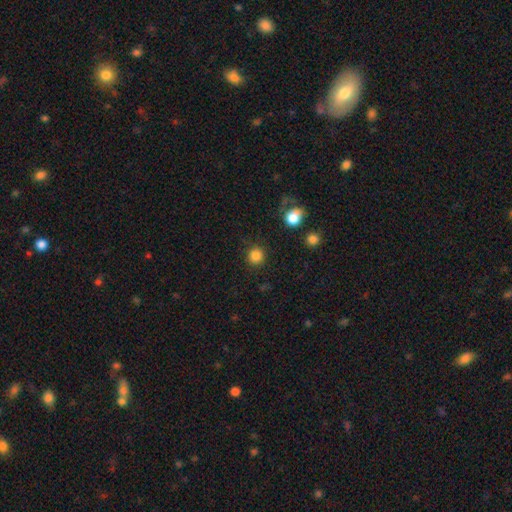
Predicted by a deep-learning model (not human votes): Q: Smooth or featured?
A: smooth (85%); runner-up: star or artifact (11%)
Q: How rounded?
A: round (93%); runner-up: in between (6%)
Q: Merging?
A: none (89%); runner-up: minor disturbance (6%)